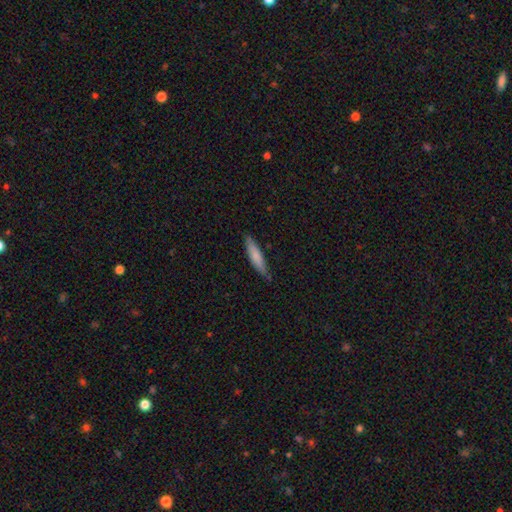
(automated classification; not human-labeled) smooth 78%, featured or disk 17%, star or artifact 6%. Down the decision tree: how rounded — cigar-shaped (80%); merging — none (80%).